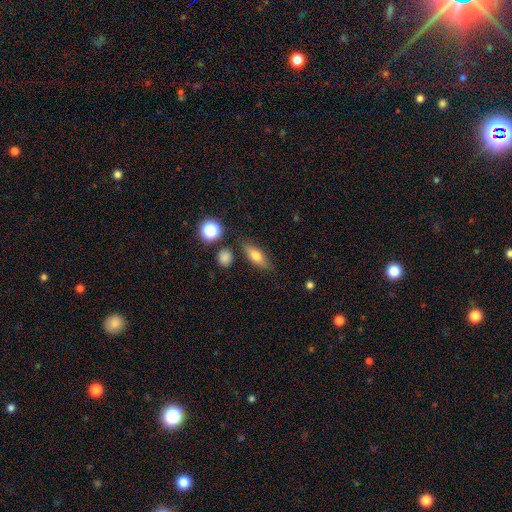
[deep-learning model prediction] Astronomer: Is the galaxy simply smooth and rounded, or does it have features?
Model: smooth — 69%.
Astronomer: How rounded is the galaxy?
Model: in between — 64%.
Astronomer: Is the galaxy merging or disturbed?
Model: none — 79%.